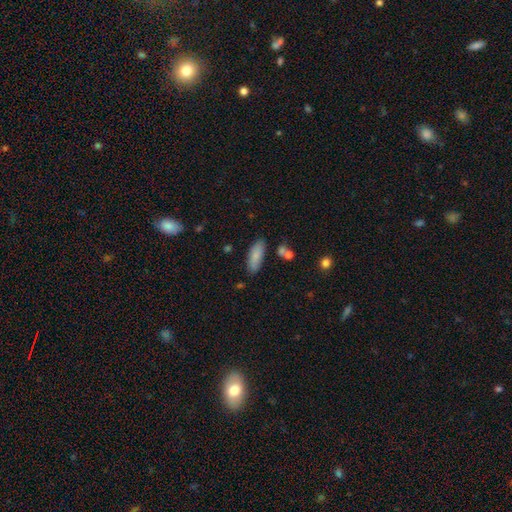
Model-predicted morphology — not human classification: Overall: smooth (84%). How rounded: in between (69%). Merging: none (79%).